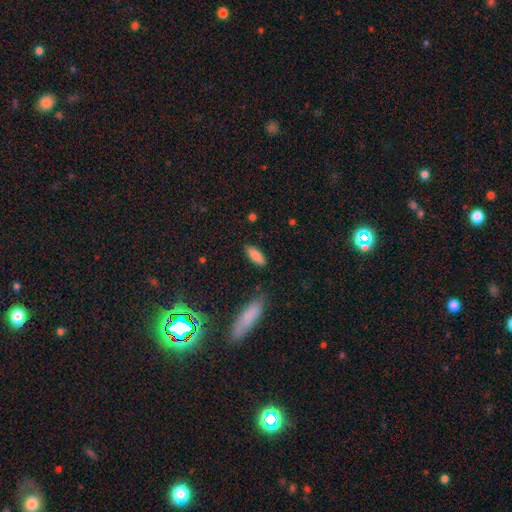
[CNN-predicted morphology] Smooth or featured?
  - smooth: 86% *
  - featured or disk: 7%
  - star or artifact: 7%
How rounded?
  - in between: 69% *
  - cigar-shaped: 30%
  - round: 2%
Merging?
  - none: 83% *
  - minor disturbance: 12%
  - major disturbance: 3%
  - merger: 2%